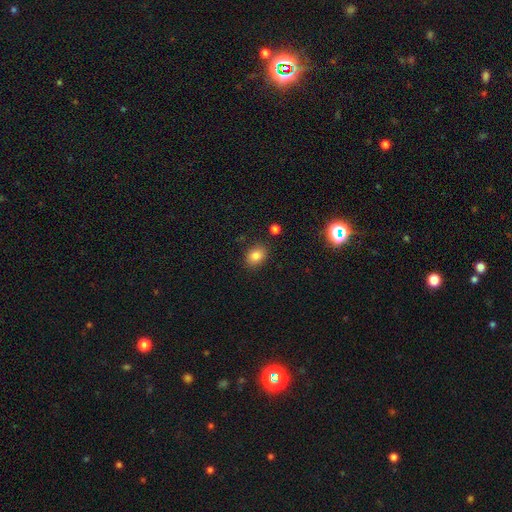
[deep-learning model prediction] smooth-or-featured: smooth: 83% | star or artifact: 10% | featured or disk: 7%
  how-rounded: in between: 63% | round: 36% | cigar-shaped: 1%
  merging: none: 84% | minor disturbance: 10% | merger: 3% | major disturbance: 3%